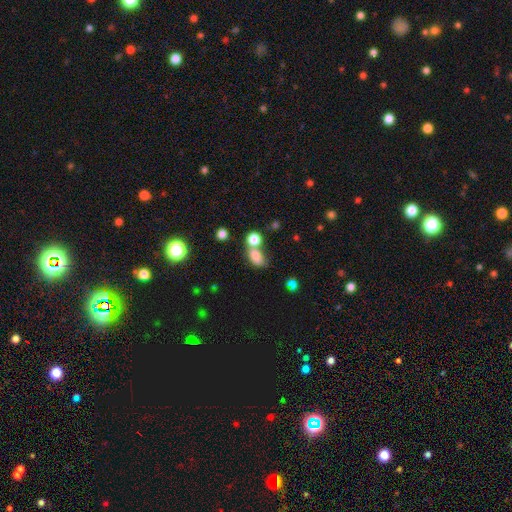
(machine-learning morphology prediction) A smooth galaxy with no disk features (75%) that is in between round and cigar-shaped (76%).

Vote fractions:
- Smooth or featured? smooth: 75% / star or artifact: 15% / featured or disk: 10%
- How rounded? in between: 76% / round: 22% / cigar-shaped: 3%
- Merging? merger: 40% (tied) / none: 40% (tied) / minor disturbance: 13% / major disturbance: 7%